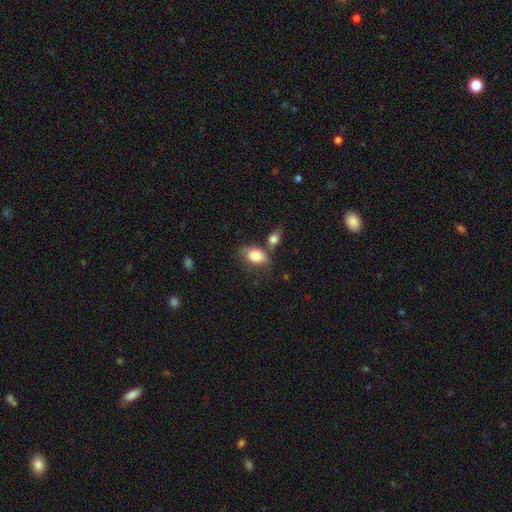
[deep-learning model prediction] smooth_or_featured: smooth (p=0.83) [alt: featured or disk p=0.10]
how_rounded: in between (p=0.85) [alt: round p=0.14]
merging: none (p=0.48) [alt: merger p=0.27]